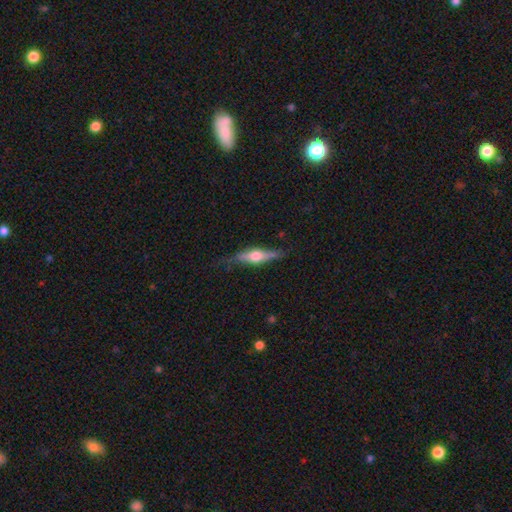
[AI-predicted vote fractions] This is likely a featured or disk galaxy (61%). It is clearly viewed edge-on (94%). Edge-on bulge: clearly rounded (92%). Merging: likely none (74%).